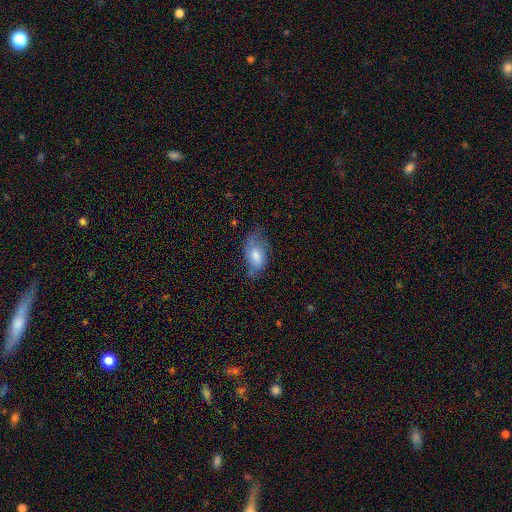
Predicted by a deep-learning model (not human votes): smooth-or-featured: smooth: 62% | featured or disk: 29% | star or artifact: 9%
  how-rounded: in between: 90% | round: 7% | cigar-shaped: 3%
  merging: none: 44% | minor disturbance: 35% | major disturbance: 18% | merger: 3%